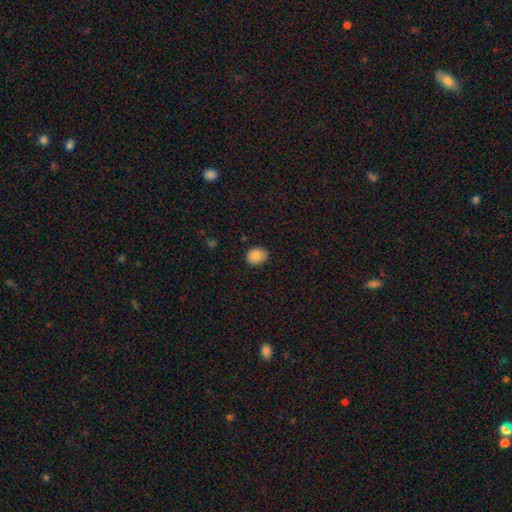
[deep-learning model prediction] smooth 87%, star or artifact 9%, featured or disk 4%. Down the decision tree: how rounded — in between (53%); merging — none (79%).